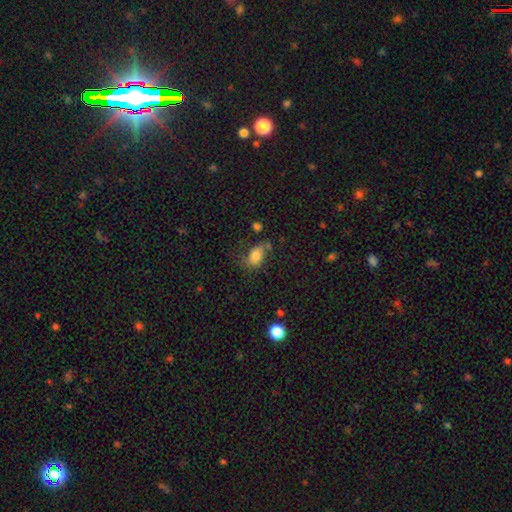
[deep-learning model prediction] Smooth or featured? smooth (74%)
How rounded? in between (85%)
Merging? none (50%)